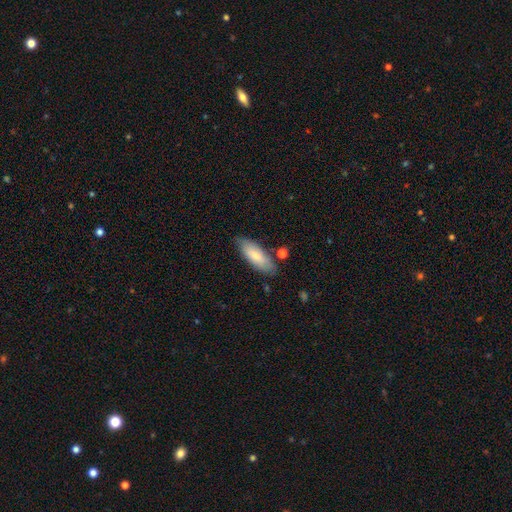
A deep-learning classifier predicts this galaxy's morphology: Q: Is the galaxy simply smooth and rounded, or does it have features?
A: smooth — 78%.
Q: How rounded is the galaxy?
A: in between — 71%.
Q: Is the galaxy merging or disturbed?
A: none — 76%.